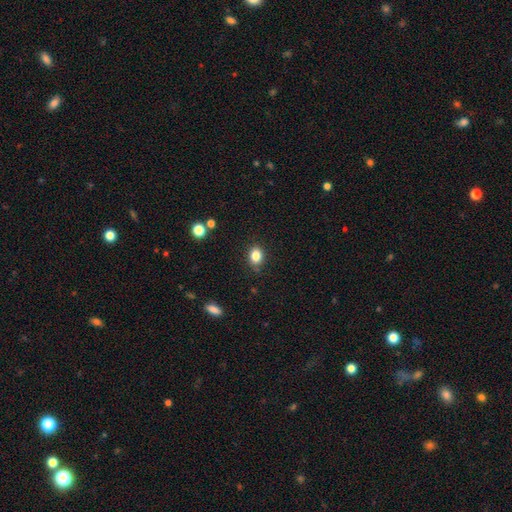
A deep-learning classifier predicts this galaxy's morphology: Overall: smooth (84%). How rounded: in between (60%; round 39%). Merging: none (83%).